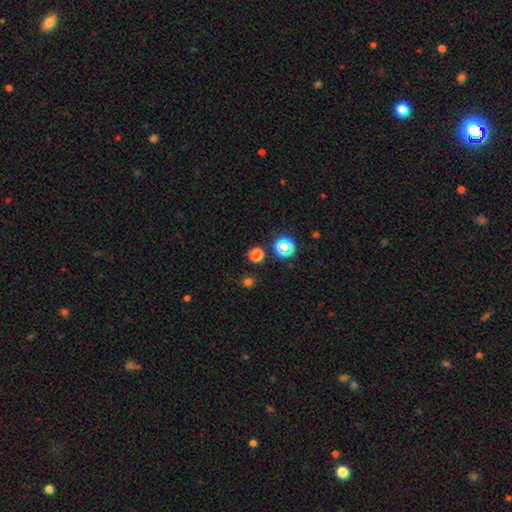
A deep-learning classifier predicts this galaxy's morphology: A smooth galaxy with no disk features (65%) that is round (81%).

Vote fractions:
- Smooth or featured? smooth: 65% / star or artifact: 30% / featured or disk: 5%
- How rounded? round: 81% / in between: 18% / cigar-shaped: 1%
- Merging? none: 83% / minor disturbance: 9% / merger: 5% / major disturbance: 4%